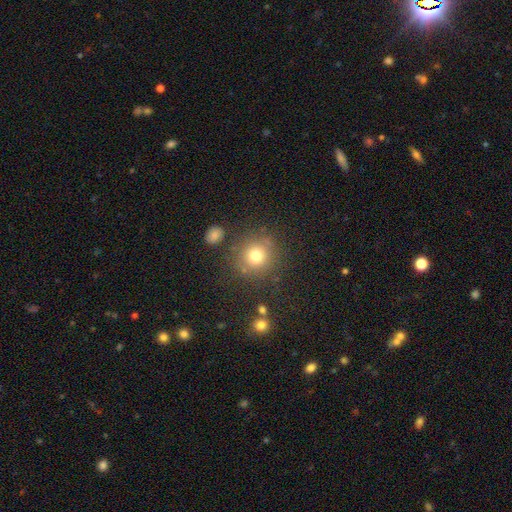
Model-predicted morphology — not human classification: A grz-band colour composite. It shows a smooth galaxy with no disk features (75%) that is round (90%). Merging: none (82%).